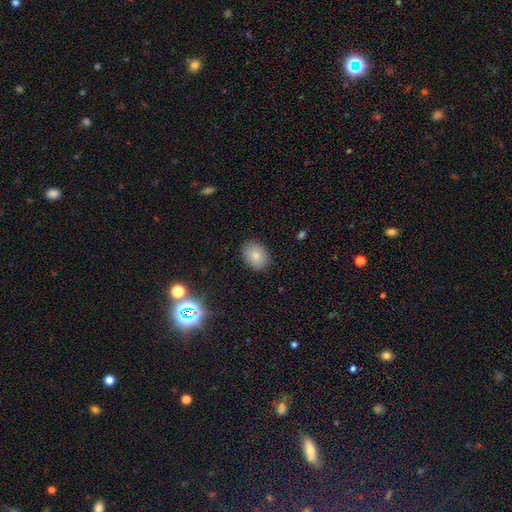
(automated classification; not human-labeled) smooth-or-featured: smooth: 81% | star or artifact: 10% | featured or disk: 10%
  how-rounded: in between: 62% | round: 38% | cigar-shaped: 1%
  merging: none: 87% | minor disturbance: 10% | major disturbance: 2% | merger: 1%